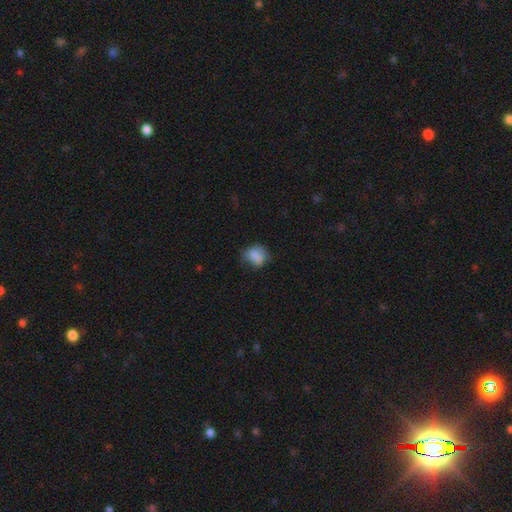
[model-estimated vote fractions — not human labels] smooth-or-featured: smooth: 78% | featured or disk: 13% | star or artifact: 9%
  how-rounded: round: 59% | in between: 40% | cigar-shaped: 1%
  merging: none: 54% | minor disturbance: 31% | major disturbance: 13% | merger: 2%